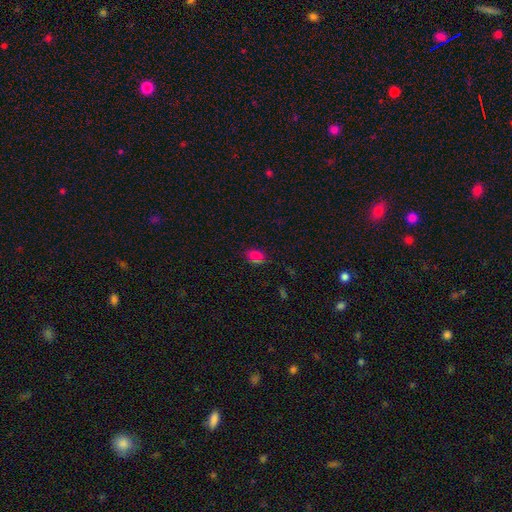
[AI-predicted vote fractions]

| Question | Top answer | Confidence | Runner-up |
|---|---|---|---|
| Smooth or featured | smooth | 70% | star or artifact (21%) |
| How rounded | in between | 75% | round (23%) |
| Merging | none | 75% | minor disturbance (19%) |